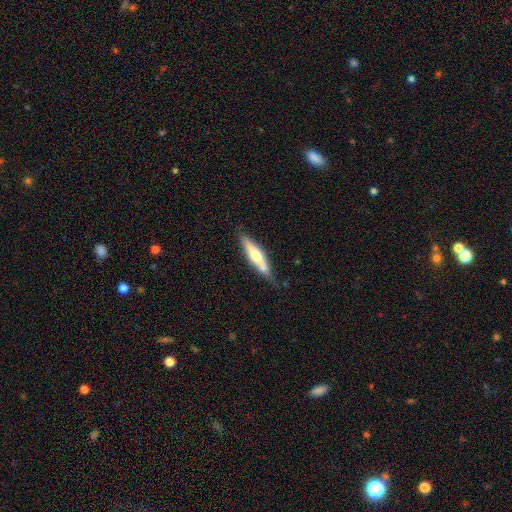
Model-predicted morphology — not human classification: A featured or disk galaxy (53%) viewed edge-on (93%).

Vote fractions:
- Smooth or featured? featured or disk: 53% / smooth: 41% / star or artifact: 6%
- Edge-on disk? yes: 93% / no: 7%
- Merging? none: 70% / minor disturbance: 18% / merger: 8% / major disturbance: 4%